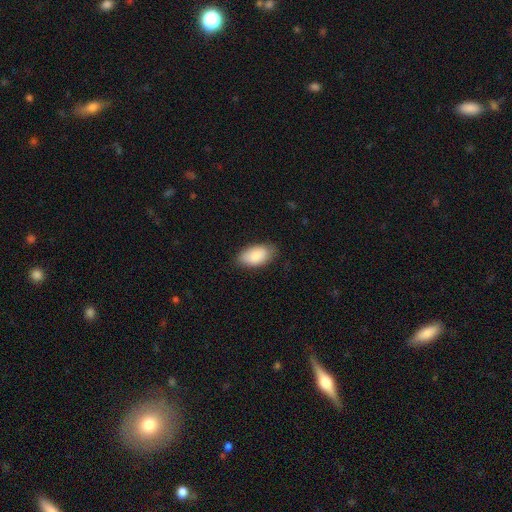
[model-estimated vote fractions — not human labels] A smooth galaxy with no disk features (88%) that is in between round and cigar-shaped (95%). Merging: none (79%).